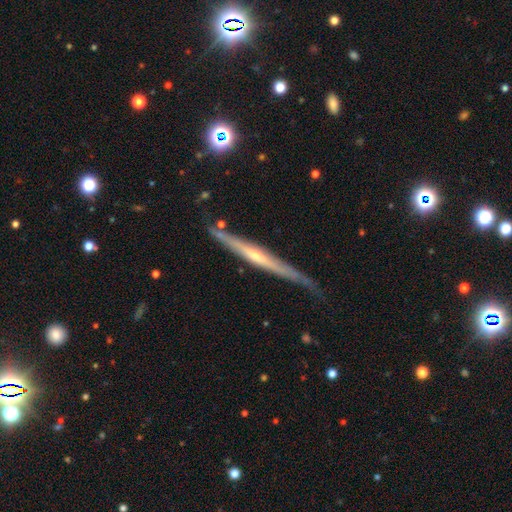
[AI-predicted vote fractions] Overall: featured or disk (76%). Edge-on disk: yes (96%). Edge-on bulge: rounded (57%; none 38%). Merging: none (71%).